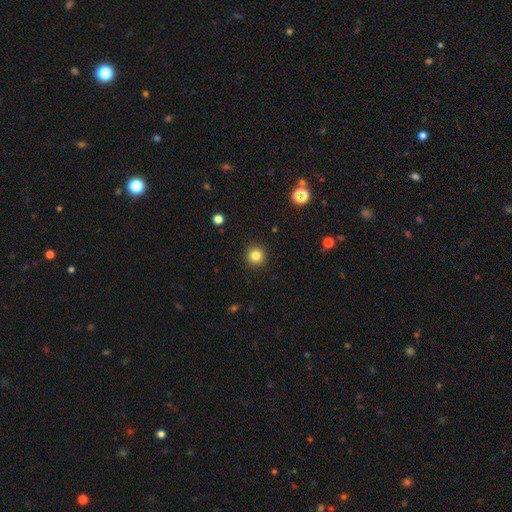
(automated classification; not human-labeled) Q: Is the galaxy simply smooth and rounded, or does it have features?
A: smooth — 83%.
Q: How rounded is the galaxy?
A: round — 95%.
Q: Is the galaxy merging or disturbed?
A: none — 93%.